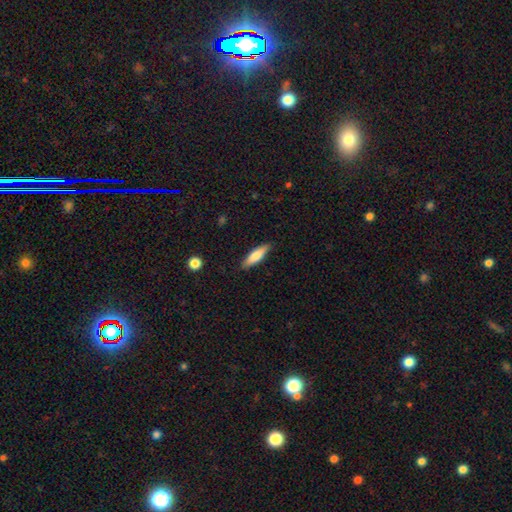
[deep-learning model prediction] A smooth galaxy with no disk features (70%) that is cigar-shaped (65%).

Vote fractions:
- Smooth or featured? smooth: 70% / featured or disk: 25% / star or artifact: 6%
- How rounded? cigar-shaped: 65% / in between: 33% / round: 2%
- Merging? none: 87% / minor disturbance: 10% / major disturbance: 2% / merger: 1%